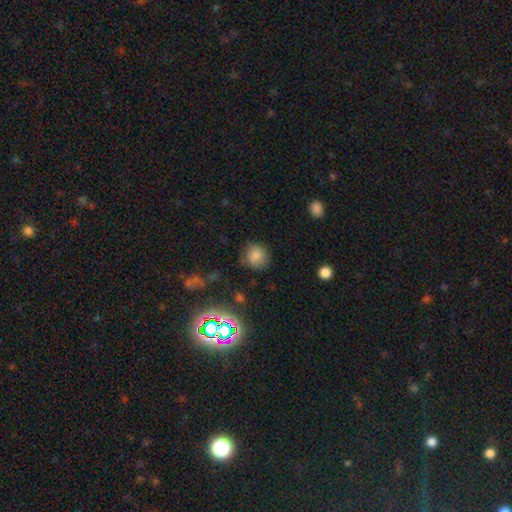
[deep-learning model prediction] This is likely a smooth galaxy (80%). How rounded: clearly round (89%). Merging: likely none (77%).